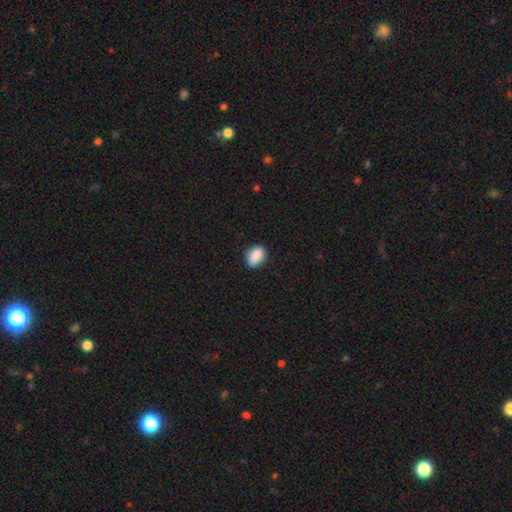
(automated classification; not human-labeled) Smooth or featured?
  - smooth: 88% *
  - star or artifact: 8%
  - featured or disk: 5%
How rounded?
  - in between: 78% *
  - round: 20%
  - cigar-shaped: 2%
Merging?
  - none: 83% *
  - minor disturbance: 13%
  - major disturbance: 2%
  - merger: 1%